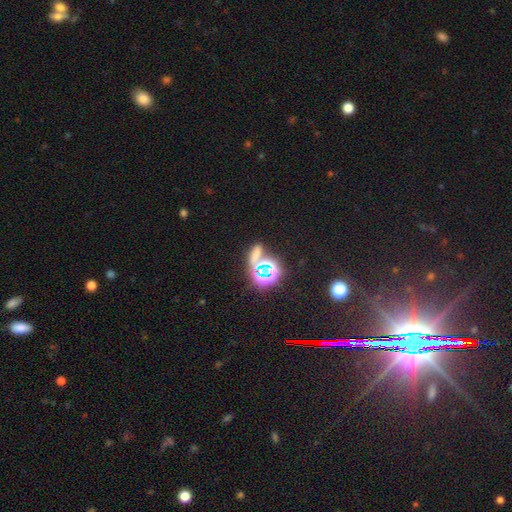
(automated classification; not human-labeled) The model was most divided on "smooth or featured": star or artifact: 56%, smooth: 34%, featured or disk: 10%.